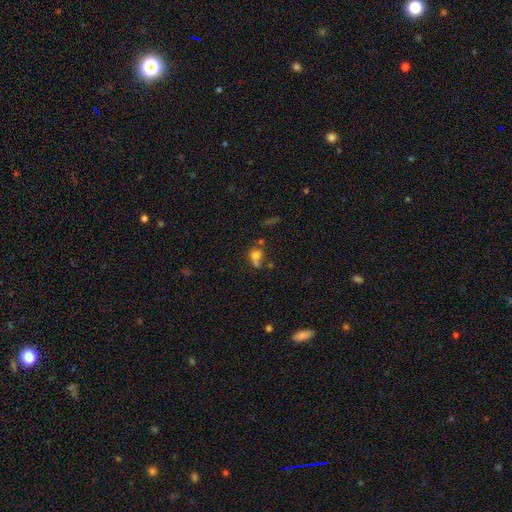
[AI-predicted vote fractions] Smooth or featured: smooth — 70% (featured or disk — 15%)
How rounded: round — 66% (in between — 32%)
Merging: merger — 39% (none — 38%)